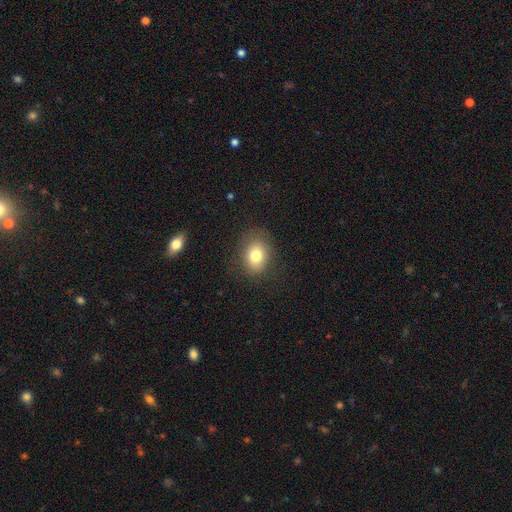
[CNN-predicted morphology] Smooth or featured?
  - smooth: 78% *
  - featured or disk: 11%
  - star or artifact: 11%
How rounded?
  - in between: 58% *
  - round: 41%
  - cigar-shaped: 1%
Merging?
  - none: 81% *
  - minor disturbance: 13%
  - major disturbance: 5%
  - merger: 1%